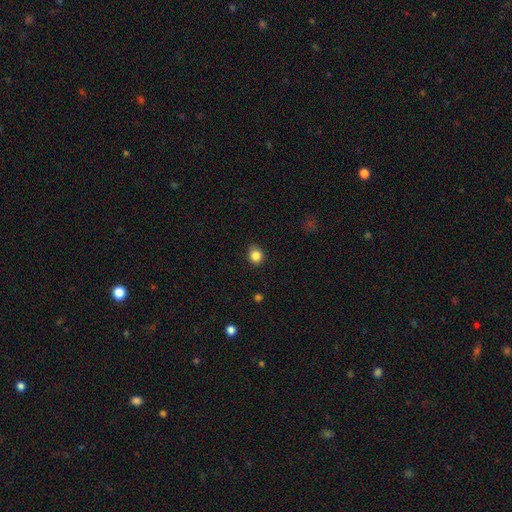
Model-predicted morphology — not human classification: type=smooth (85%); roundness=round (77%); merging=none (84%).